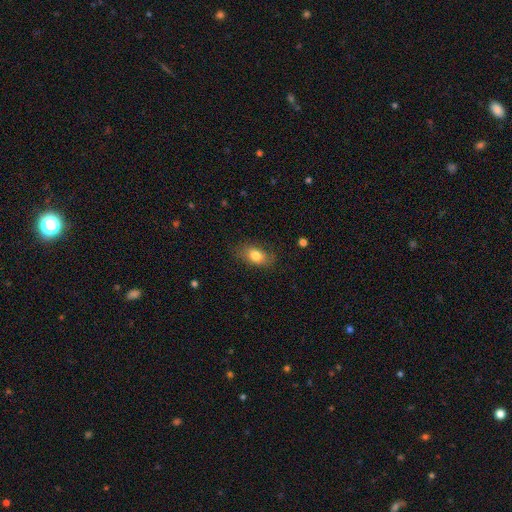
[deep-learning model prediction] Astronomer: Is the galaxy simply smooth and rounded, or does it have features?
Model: smooth — 79%.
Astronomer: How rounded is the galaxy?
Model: in between — 85%.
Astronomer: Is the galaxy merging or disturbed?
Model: none — 77%.